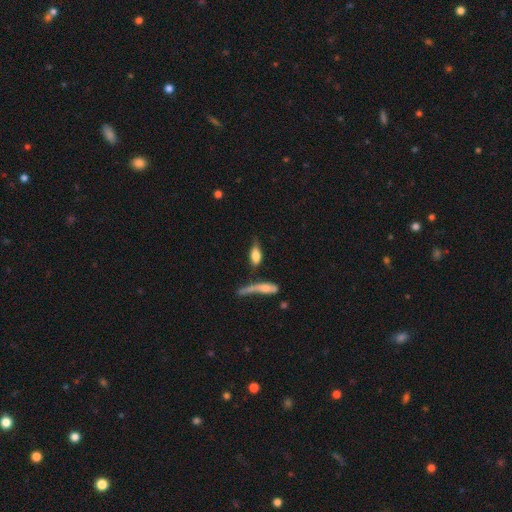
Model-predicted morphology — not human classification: smooth-or-featured: smooth: 71% | featured or disk: 21% | star or artifact: 7%
  how-rounded: in between: 73% | cigar-shaped: 22% | round: 5%
  merging: none: 38% | merger: 23% | minor disturbance: 22% | major disturbance: 17%